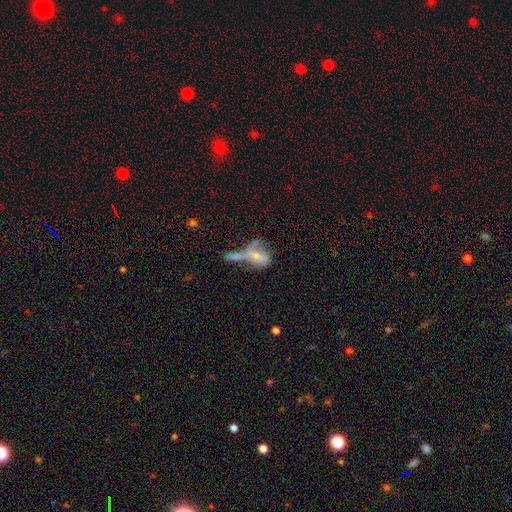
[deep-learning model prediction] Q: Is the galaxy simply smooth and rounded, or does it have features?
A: smooth — 54%.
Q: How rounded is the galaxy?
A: in between — 68%.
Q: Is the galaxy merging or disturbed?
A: merger — 50%.